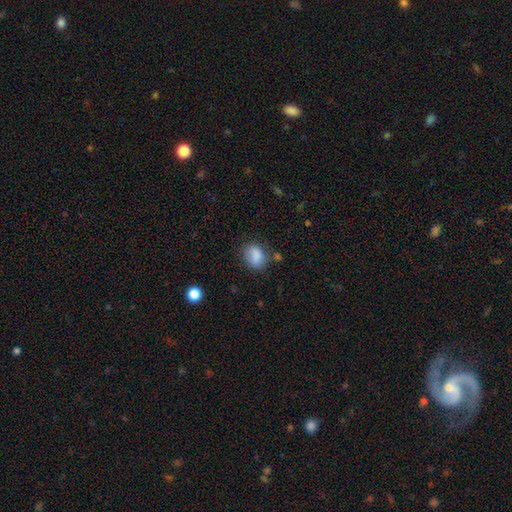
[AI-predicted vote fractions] smooth-or-featured: smooth: 84% | star or artifact: 9% | featured or disk: 7%
  how-rounded: in between: 66% | round: 33% | cigar-shaped: 1%
  merging: none: 65% | minor disturbance: 23% | major disturbance: 7% | merger: 5%